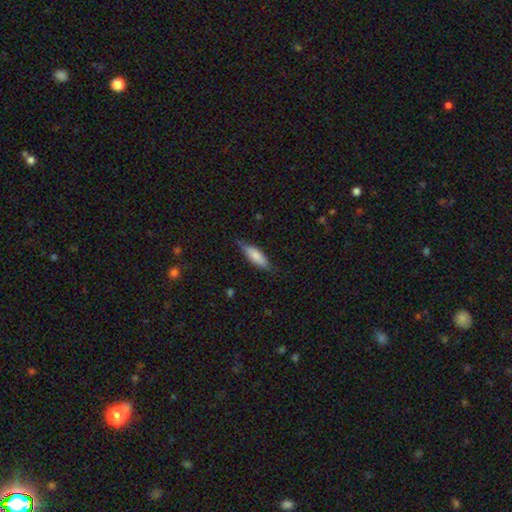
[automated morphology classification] This is likely a smooth galaxy (78%). How rounded: possibly in between (58%). Merging: likely none (72%).